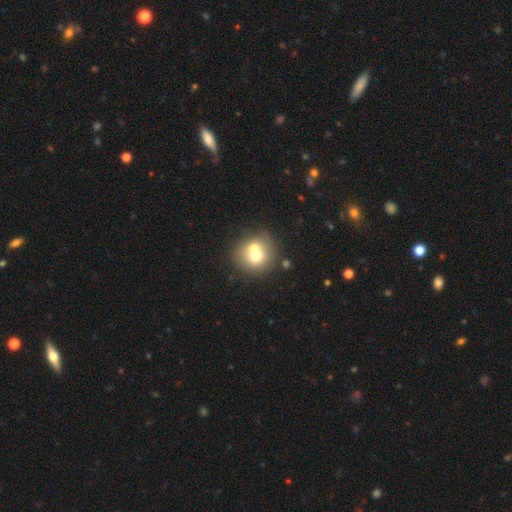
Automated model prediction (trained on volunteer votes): Smooth or featured? Predicted: smooth (p=0.66). How rounded? Predicted: round (p=0.86). Merging? Predicted: merger (p=0.49).